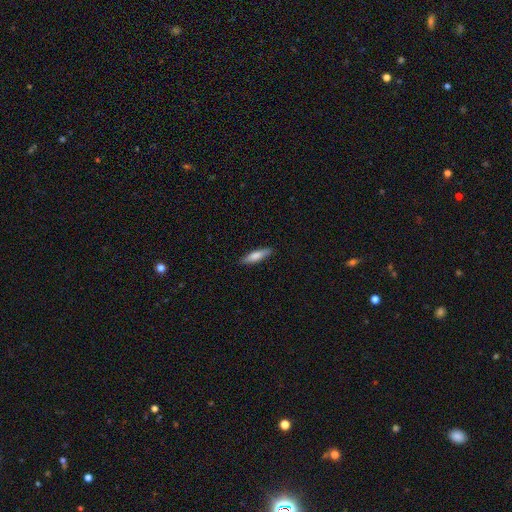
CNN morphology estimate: smooth_or_featured: smooth (p=0.74) [alt: featured or disk p=0.20]
how_rounded: cigar-shaped (p=0.73) [alt: in between p=0.26]
merging: none (p=0.88) [alt: minor disturbance p=0.09]